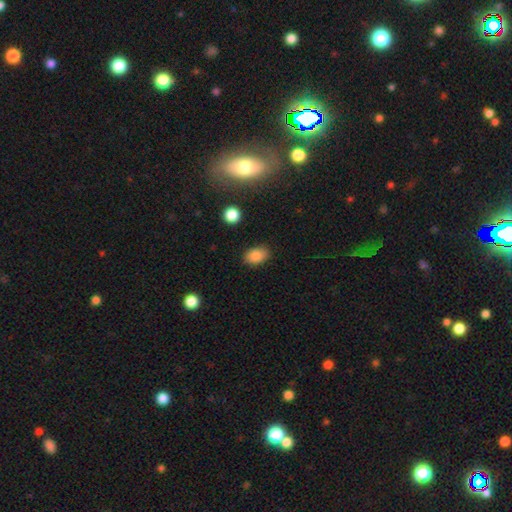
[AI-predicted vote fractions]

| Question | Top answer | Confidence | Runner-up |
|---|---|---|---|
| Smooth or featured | smooth | 86% | star or artifact (9%) |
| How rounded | in between | 85% | round (14%) |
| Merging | none | 84% | minor disturbance (11%) |